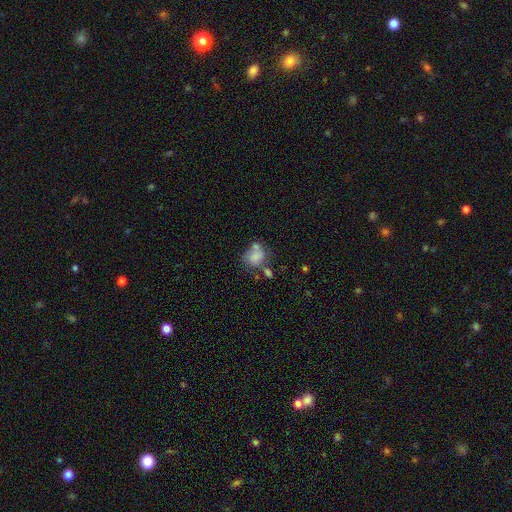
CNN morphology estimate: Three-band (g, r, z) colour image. It shows a smooth galaxy with no disk features (73%) that is in between round and cigar-shaped (55%). Merging: none (35%).